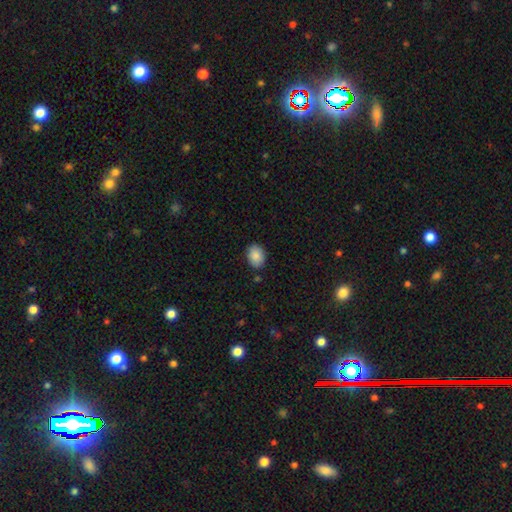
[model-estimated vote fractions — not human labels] This is clearly a smooth galaxy (88%). How rounded: likely in between (73%). Merging: clearly none (85%).